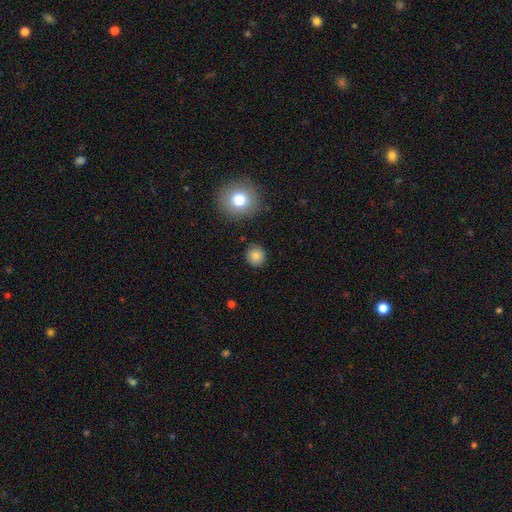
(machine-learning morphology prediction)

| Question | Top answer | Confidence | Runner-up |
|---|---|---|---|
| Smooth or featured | smooth | 82% | star or artifact (11%) |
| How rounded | round | 88% | in between (11%) |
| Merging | none | 87% | minor disturbance (8%) |